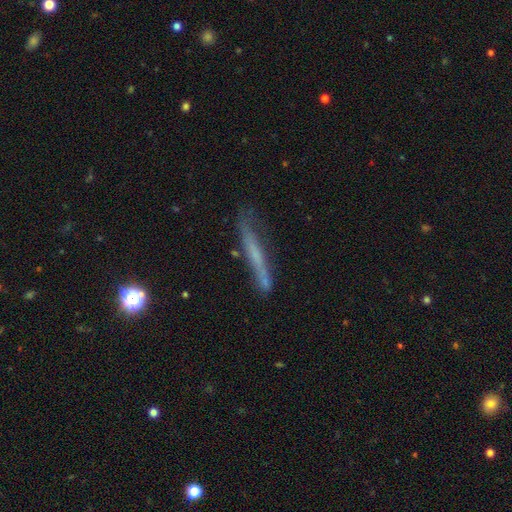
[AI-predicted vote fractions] This is possibly a featured or disk galaxy (47%). Merging: likely none (69%).